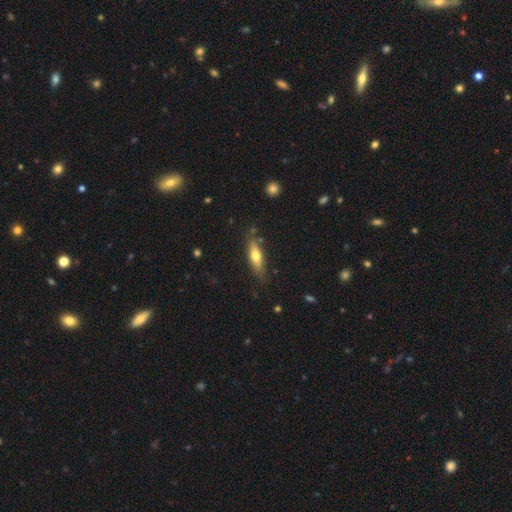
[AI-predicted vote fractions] The model was most divided on "how rounded": cigar-shaped: 54%, in between: 44%, round: 2%. More confident: merging — none (77%); smooth or featured — smooth (61%).